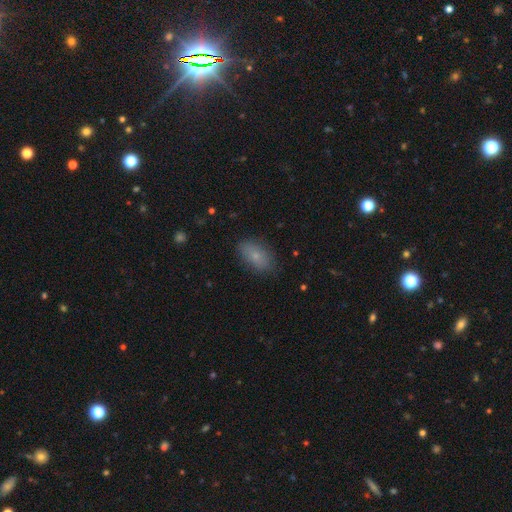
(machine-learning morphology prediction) A smooth galaxy with no disk features (77%) that is in between round and cigar-shaped (91%).

Vote fractions:
- Smooth or featured? smooth: 77% / featured or disk: 14% / star or artifact: 9%
- How rounded? in between: 91% / round: 6% / cigar-shaped: 3%
- Merging? none: 83% / minor disturbance: 13% / major disturbance: 3% / merger: 1%